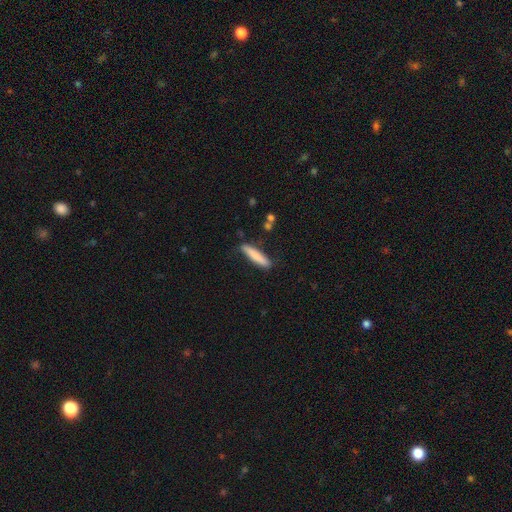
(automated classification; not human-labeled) Smooth or featured? smooth (81%)
How rounded? cigar-shaped (88%)
Merging? none (84%)